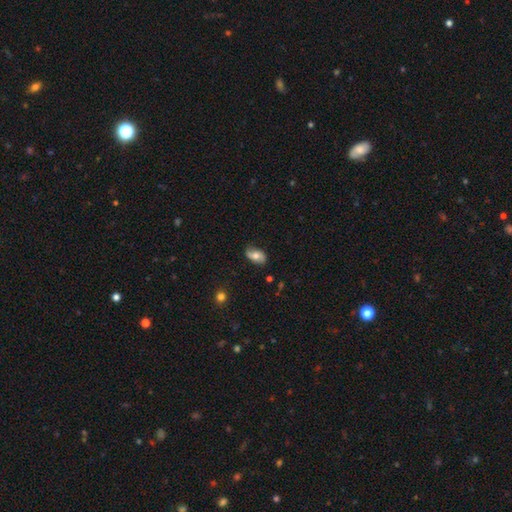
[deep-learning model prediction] smooth-or-featured: smooth: 54% | featured or disk: 38% | star or artifact: 8%
  how-rounded: in between: 90% | round: 7% | cigar-shaped: 3%
  merging: none: 72% | minor disturbance: 22% | major disturbance: 5% | merger: 1%